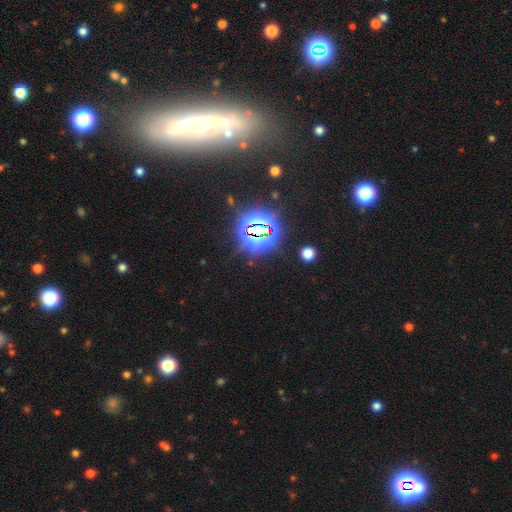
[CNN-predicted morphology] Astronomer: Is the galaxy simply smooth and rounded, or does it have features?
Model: featured or disk — 39% (runner-up: star or artifact, 33%).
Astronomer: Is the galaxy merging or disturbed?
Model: none — 79%.